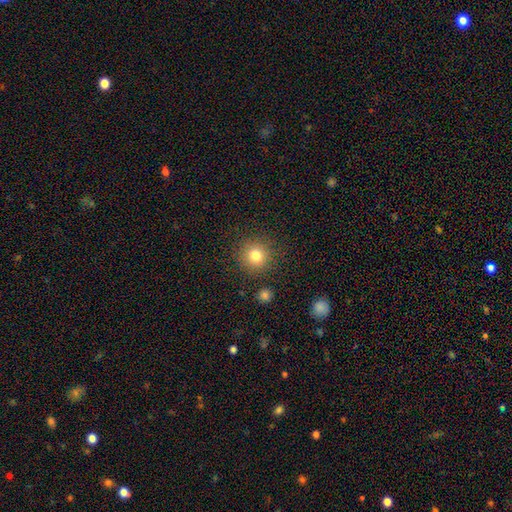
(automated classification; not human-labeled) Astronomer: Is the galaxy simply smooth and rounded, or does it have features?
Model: smooth — 81%.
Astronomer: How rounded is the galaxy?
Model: round — 92%.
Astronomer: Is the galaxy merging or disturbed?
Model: none — 87%.